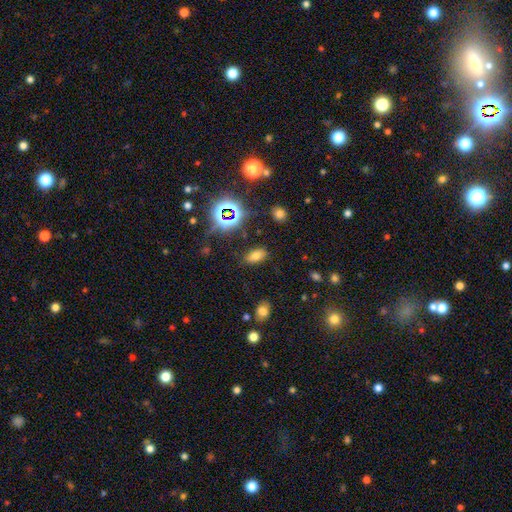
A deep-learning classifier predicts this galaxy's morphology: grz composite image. It shows a smooth galaxy with no disk features (64%) that is in between round and cigar-shaped (90%). Merging: none (83%).